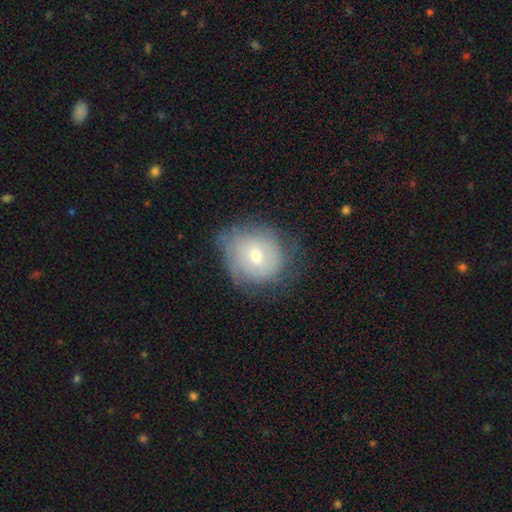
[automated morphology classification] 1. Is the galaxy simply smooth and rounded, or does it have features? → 51% smooth, 40% featured or disk, 9% star or artifact.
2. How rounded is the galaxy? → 75% round, 24% in between, 1% cigar-shaped.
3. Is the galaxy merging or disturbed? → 59% none, 28% minor disturbance, 12% major disturbance, 2% merger.